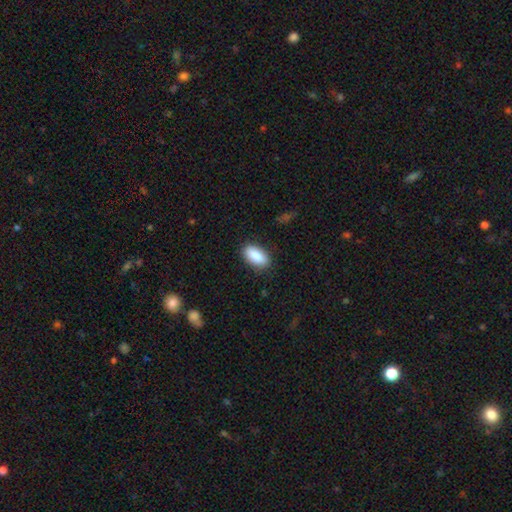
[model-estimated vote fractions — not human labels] smooth-or-featured: smooth: 89% | star or artifact: 6% | featured or disk: 5%
  how-rounded: in between: 91% | cigar-shaped: 6% | round: 3%
  merging: none: 86% | minor disturbance: 10% | major disturbance: 3% | merger: 1%